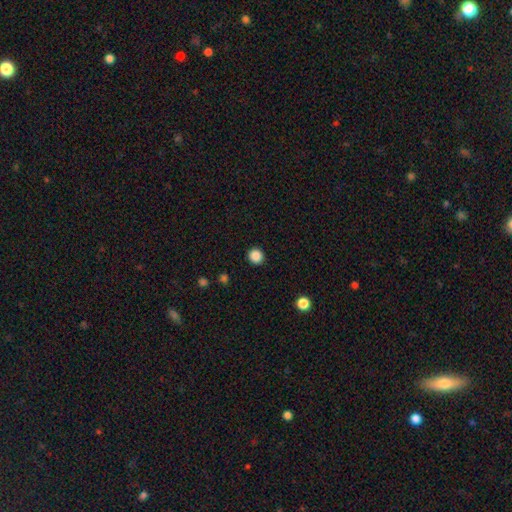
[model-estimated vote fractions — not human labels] This appears to be a smooth galaxy with no disk features (87%) that is round (92%). Merging: none (92%).